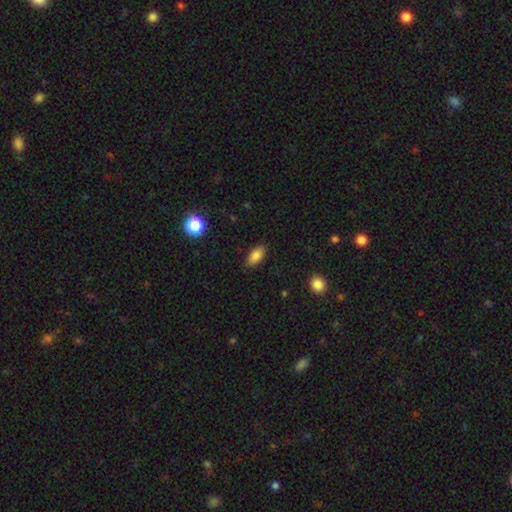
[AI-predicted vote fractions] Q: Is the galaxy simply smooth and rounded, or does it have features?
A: smooth — 83%.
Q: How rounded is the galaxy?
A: in between — 88%.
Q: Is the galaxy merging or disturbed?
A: none — 85%.